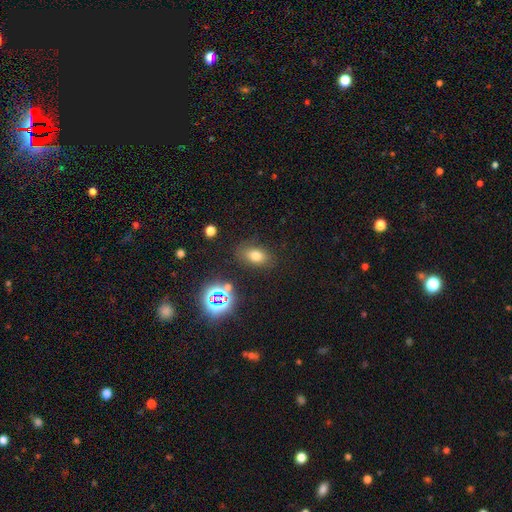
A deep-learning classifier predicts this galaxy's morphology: smooth_or_featured: smooth (p=0.69) [alt: star or artifact p=0.20]
how_rounded: in between (p=0.81) [alt: round p=0.16]
merging: none (p=0.80) [alt: minor disturbance p=0.12]